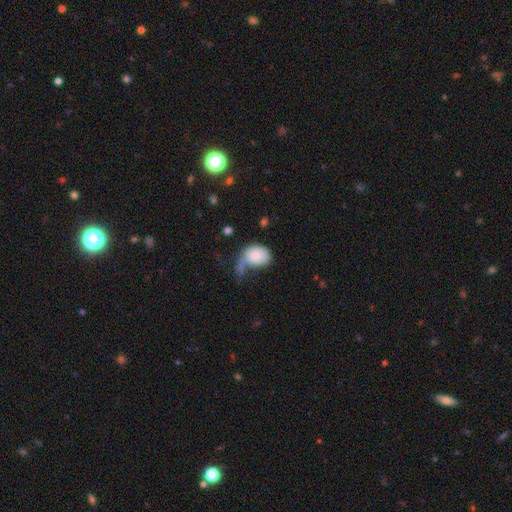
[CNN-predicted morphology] Smooth or featured?
  - smooth: 74% *
  - featured or disk: 19%
  - star or artifact: 7%
How rounded?
  - in between: 63% *
  - round: 36%
  - cigar-shaped: 1%
Merging?
  - major disturbance: 37% *
  - none: 24%
  - minor disturbance: 23%
  - merger: 17%